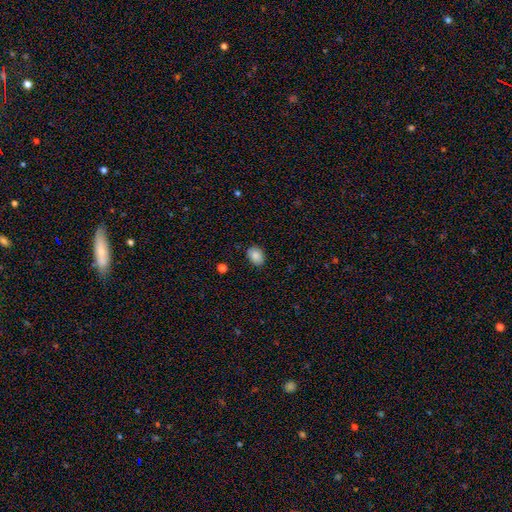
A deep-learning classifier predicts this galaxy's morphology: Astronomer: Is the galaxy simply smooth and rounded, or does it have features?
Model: smooth — 87%.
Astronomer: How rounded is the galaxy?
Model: in between — 68%.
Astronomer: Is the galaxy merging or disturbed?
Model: none — 85%.